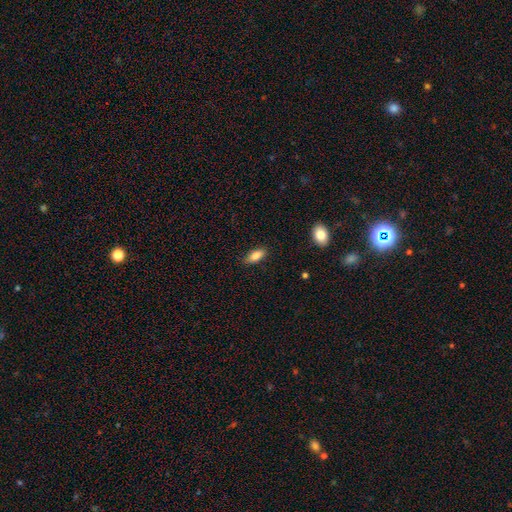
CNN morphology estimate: A smooth galaxy with no disk features (84%) that is in between round and cigar-shaped (84%).

Vote fractions:
- Smooth or featured? smooth: 84% / featured or disk: 8% / star or artifact: 7%
- How rounded? in between: 84% / cigar-shaped: 14% / round: 3%
- Merging? none: 84% / minor disturbance: 12% / major disturbance: 3% / merger: 1%